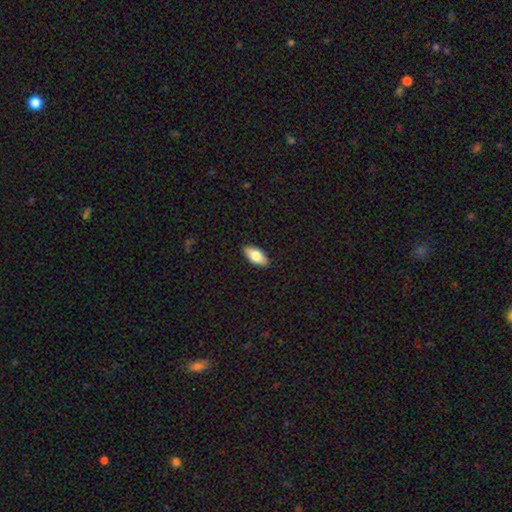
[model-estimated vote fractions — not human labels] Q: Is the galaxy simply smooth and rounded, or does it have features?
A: smooth — 77%.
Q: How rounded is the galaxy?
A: in between — 88%.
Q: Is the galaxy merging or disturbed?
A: none — 89%.